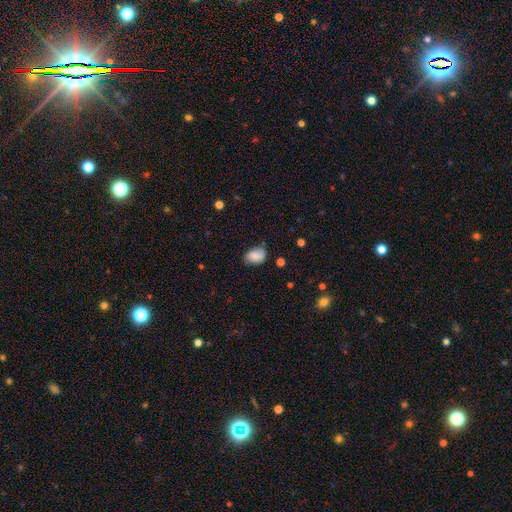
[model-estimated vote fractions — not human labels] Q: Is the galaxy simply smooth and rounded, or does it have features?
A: smooth — 79%.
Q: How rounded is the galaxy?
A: in between — 75%.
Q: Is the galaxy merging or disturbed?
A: none — 64%.